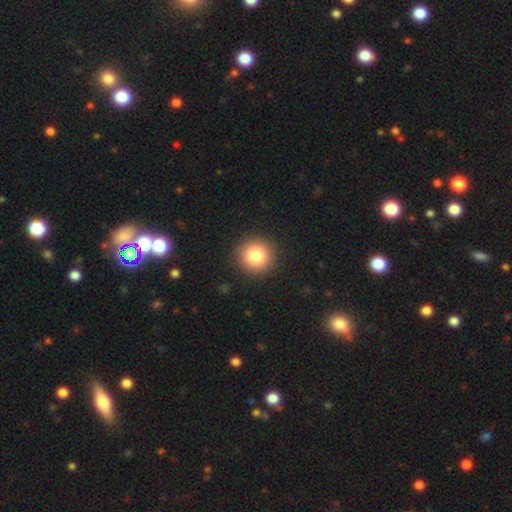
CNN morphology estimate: smooth_or_featured: smooth (p=0.82) [alt: star or artifact p=0.10]
how_rounded: round (p=0.94) [alt: in between p=0.05]
merging: none (p=0.92) [alt: minor disturbance p=0.05]